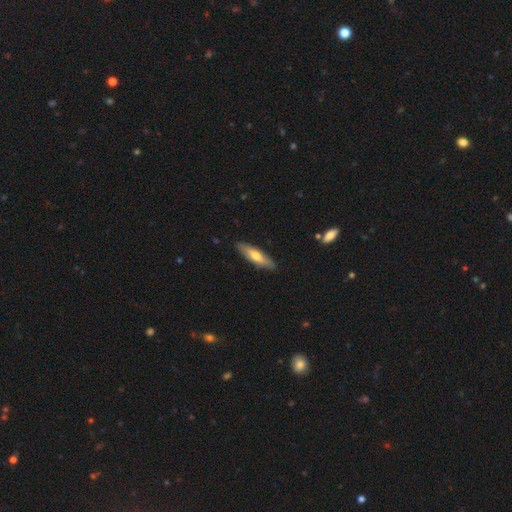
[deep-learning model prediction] Smooth or featured?
  - smooth: 57% *
  - featured or disk: 37%
  - star or artifact: 5%
How rounded?
  - cigar-shaped: 66% *
  - in between: 32%
  - round: 2%
Merging?
  - none: 86% *
  - minor disturbance: 11%
  - major disturbance: 2%
  - merger: 1%